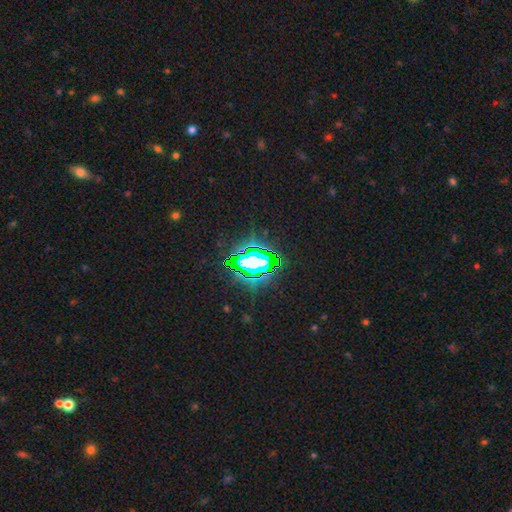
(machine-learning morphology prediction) A star or artifact, not a galaxy (83%).

Vote fractions:
- Smooth or featured? star or artifact: 83% / smooth: 11% / featured or disk: 7%